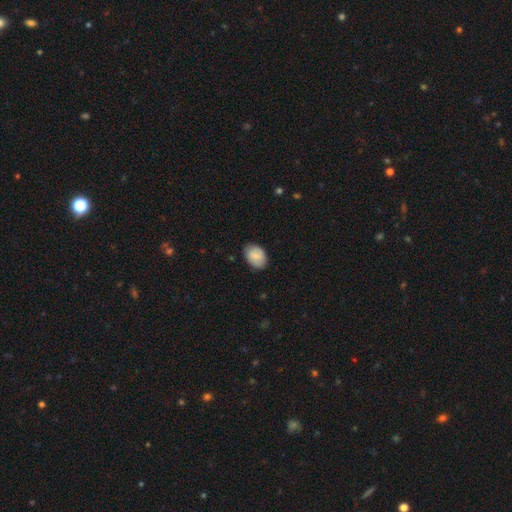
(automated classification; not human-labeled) smooth-or-featured: smooth: 83% | featured or disk: 10% | star or artifact: 7%
  how-rounded: in between: 78% | round: 21% | cigar-shaped: 1%
  merging: none: 83% | minor disturbance: 14% | major disturbance: 3% | merger: 1%